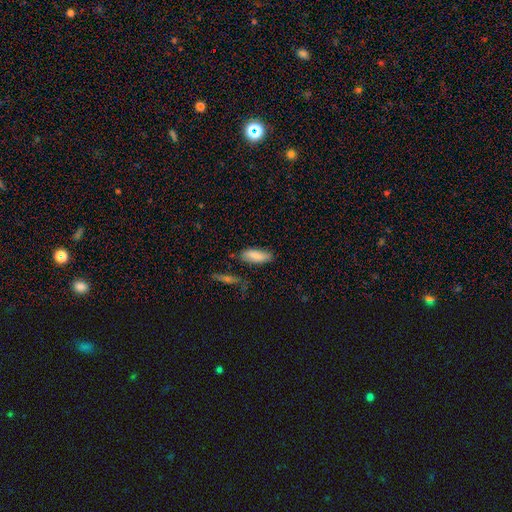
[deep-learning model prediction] A smooth galaxy with no disk features (84%) that is in between round and cigar-shaped (69%).

Vote fractions:
- Smooth or featured? smooth: 84% / featured or disk: 9% / star or artifact: 7%
- How rounded? in between: 69% / cigar-shaped: 29% / round: 2%
- Merging? none: 69% / minor disturbance: 21% / major disturbance: 5% / merger: 5%